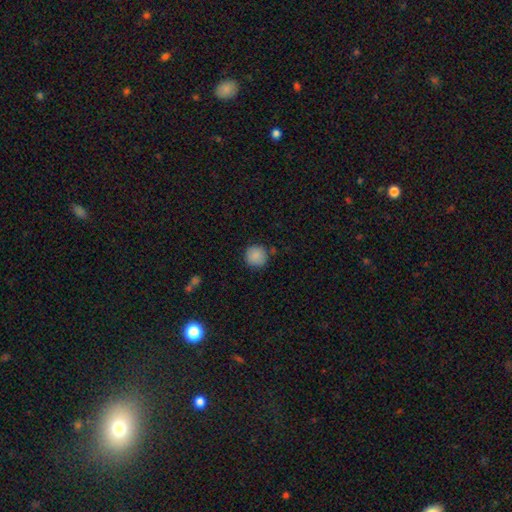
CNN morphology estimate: A smooth galaxy with no disk features (87%) that is round (94%). Merging: none (84%).